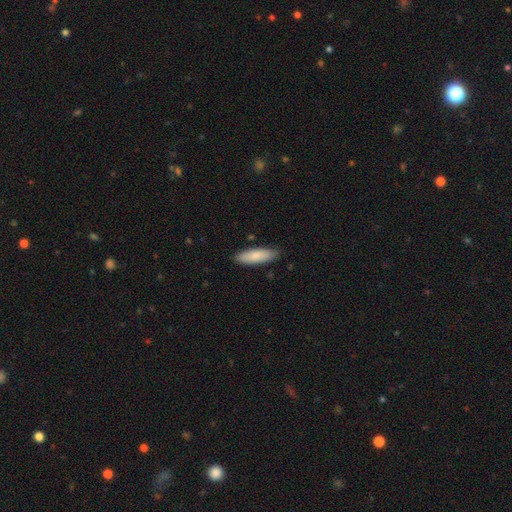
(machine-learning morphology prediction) The model was most divided on "how rounded": cigar-shaped: 52%, in between: 47%, round: 1%. More confident: merging — none (87%); smooth or featured — smooth (84%).